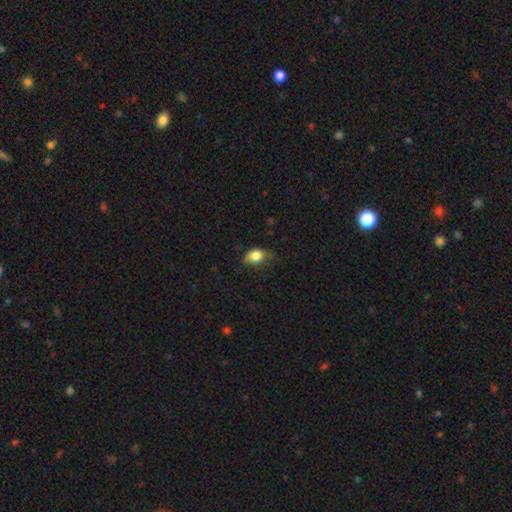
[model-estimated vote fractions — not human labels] This is clearly a smooth galaxy (83%). How rounded: likely in between (77%). Merging: possibly none (53%).